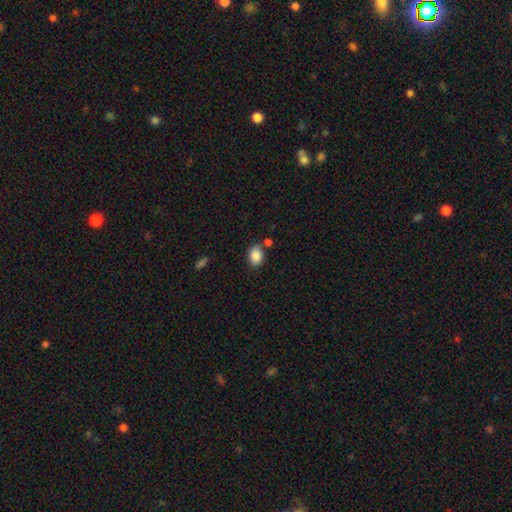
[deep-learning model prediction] This is clearly a smooth galaxy (88%). How rounded: likely in between (74%). Merging: likely none (73%).